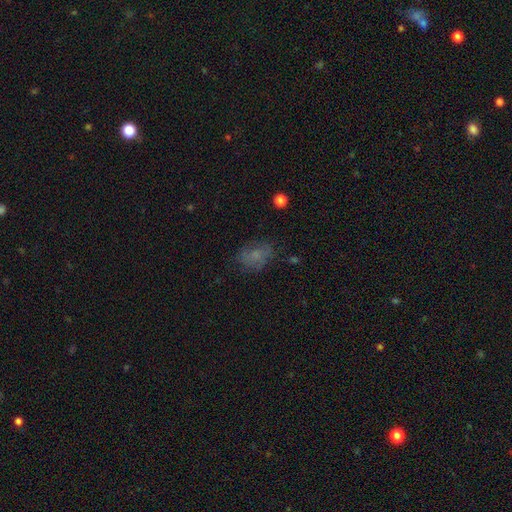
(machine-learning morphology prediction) Smooth or featured: smooth — 62% (featured or disk — 22%)
How rounded: in between — 66% (round — 32%)
Merging: none — 65% (minor disturbance — 22%)